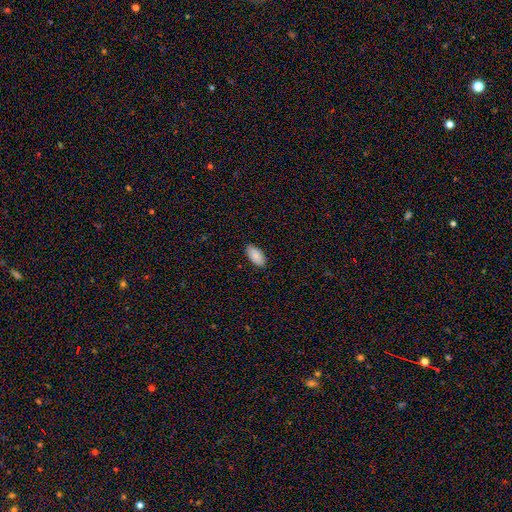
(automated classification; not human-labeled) smooth 88%, star or artifact 6%, featured or disk 6%. Down the decision tree: how rounded — in between (95%); merging — none (87%).